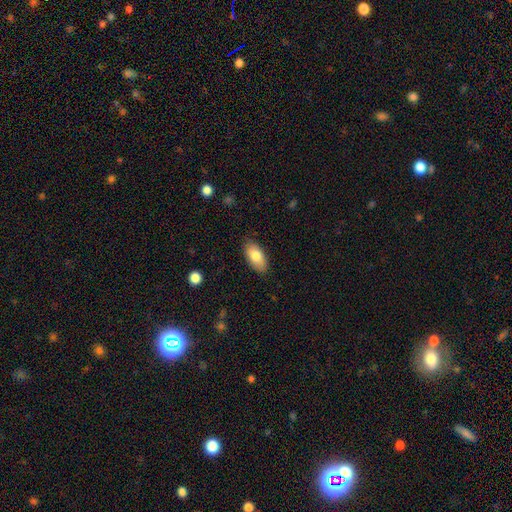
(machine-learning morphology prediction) The model was most divided on "smooth or featured": smooth: 79%, featured or disk: 14%, star or artifact: 7%. More confident: how rounded — in between (92%); merging — none (86%).